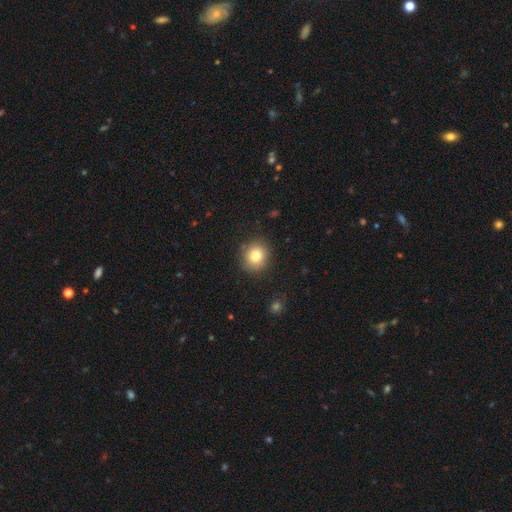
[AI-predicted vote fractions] This is clearly a smooth galaxy (80%). How rounded: clearly round (83%). Merging: clearly none (87%).